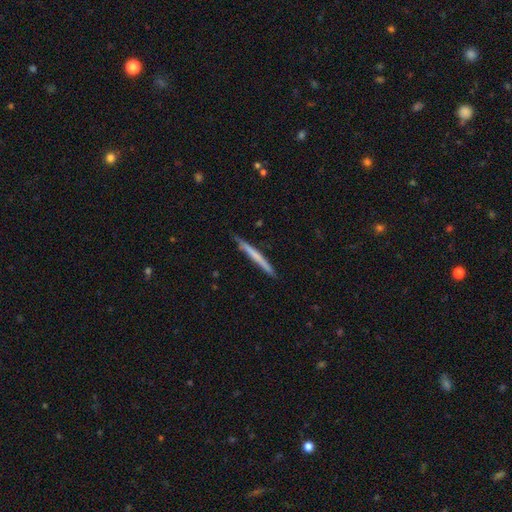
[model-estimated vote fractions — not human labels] Morphology: type=smooth (57%); roundness=cigar-shaped (97%); merging=none (88%).